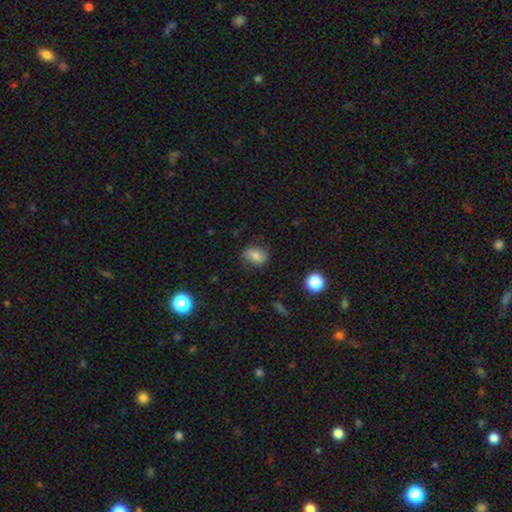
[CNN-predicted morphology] Smooth or featured?
  - smooth: 74% *
  - featured or disk: 16%
  - star or artifact: 11%
How rounded?
  - in between: 65% *
  - round: 33%
  - cigar-shaped: 1%
Merging?
  - none: 73% *
  - minor disturbance: 19%
  - major disturbance: 6%
  - merger: 1%